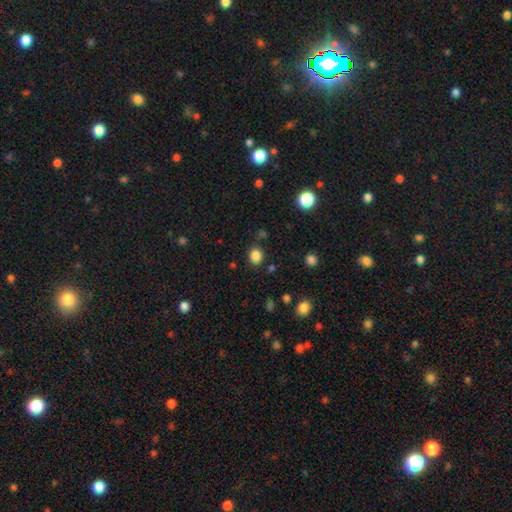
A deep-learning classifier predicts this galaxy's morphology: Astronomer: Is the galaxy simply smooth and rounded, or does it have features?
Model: smooth — 84%.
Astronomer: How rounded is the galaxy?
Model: round — 68%.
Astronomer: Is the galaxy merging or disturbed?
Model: none — 85%.